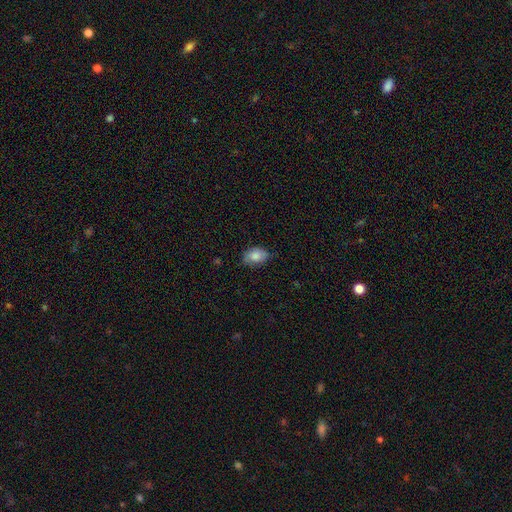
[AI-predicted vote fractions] A smooth galaxy with no disk features (81%) that is in between round and cigar-shaped (84%).

Vote fractions:
- Smooth or featured? smooth: 81% / featured or disk: 12% / star or artifact: 7%
- How rounded? in between: 84% / round: 14% / cigar-shaped: 1%
- Merging? none: 69% / minor disturbance: 25% / major disturbance: 5% / merger: 1%